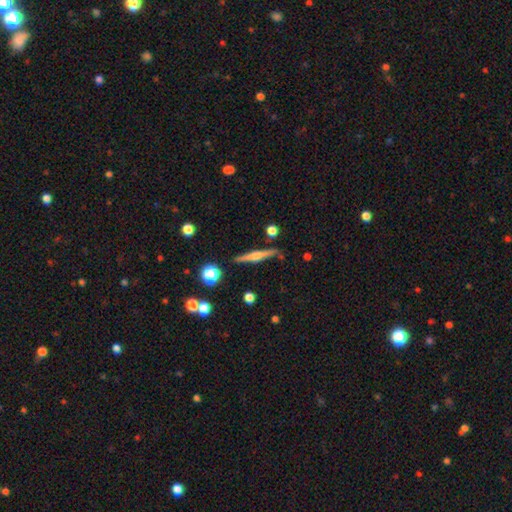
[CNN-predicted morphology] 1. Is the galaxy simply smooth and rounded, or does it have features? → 69% featured or disk, 23% smooth, 8% star or artifact.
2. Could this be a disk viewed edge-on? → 97% yes, 3% no.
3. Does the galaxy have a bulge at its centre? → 86% rounded, 8% boxy, 6% none.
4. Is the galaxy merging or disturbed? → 85% none, 9% minor disturbance, 3% merger, 2% major disturbance.